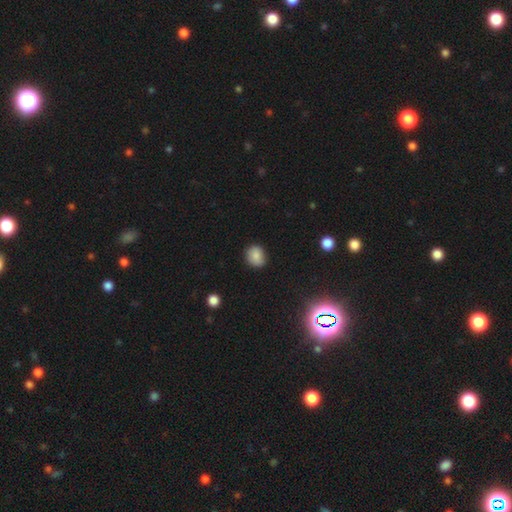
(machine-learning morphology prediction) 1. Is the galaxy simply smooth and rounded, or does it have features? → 84% smooth, 10% star or artifact, 6% featured or disk.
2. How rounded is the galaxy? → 71% round, 28% in between, 1% cigar-shaped.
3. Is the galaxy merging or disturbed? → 81% none, 15% minor disturbance, 3% major disturbance, 1% merger.